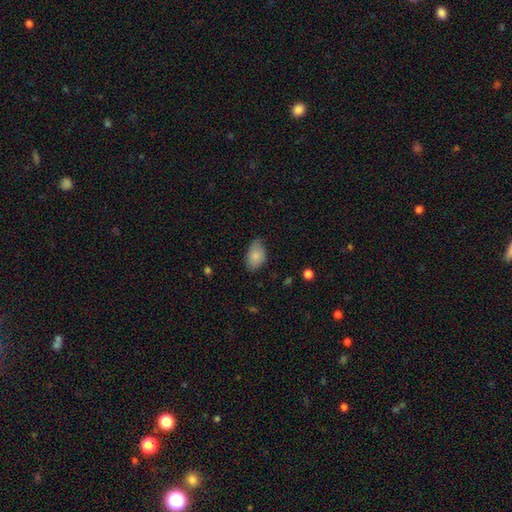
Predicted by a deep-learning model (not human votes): Smooth or featured: smooth — 84% (featured or disk — 9%)
How rounded: in between — 89% (round — 10%)
Merging: none — 63% (minor disturbance — 31%)